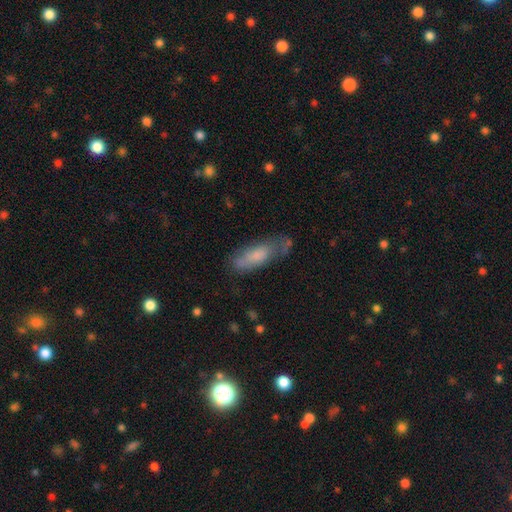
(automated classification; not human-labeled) A smooth galaxy with no disk features (67%) that is in between round and cigar-shaped (59%). Merging: none (54%).